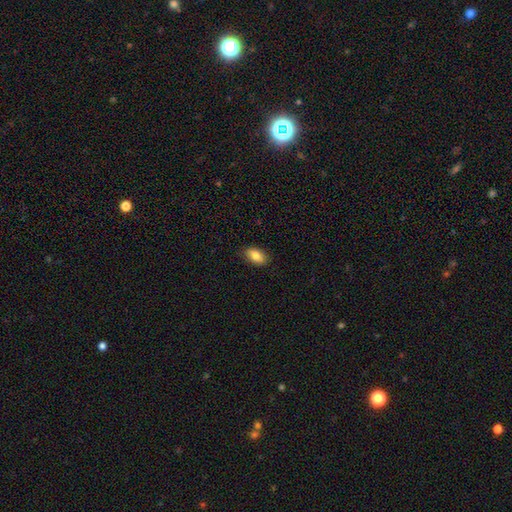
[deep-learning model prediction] This appears to be a smooth galaxy with no disk features (84%) that is in between round and cigar-shaped (91%). Merging: none (86%).